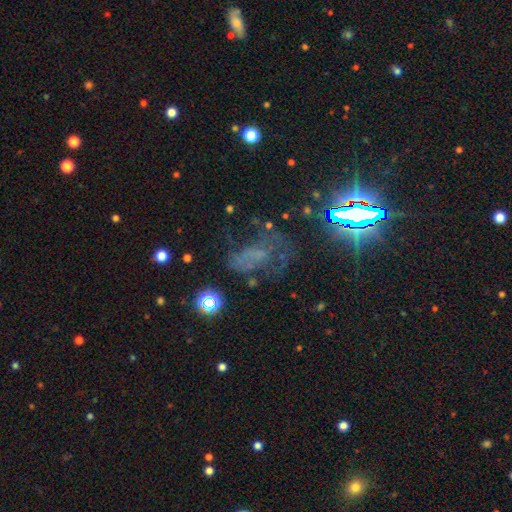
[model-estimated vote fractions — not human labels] A star or artifact, not a galaxy (39%).

Vote fractions:
- Smooth or featured? star or artifact: 39% / featured or disk: 34% / smooth: 27%